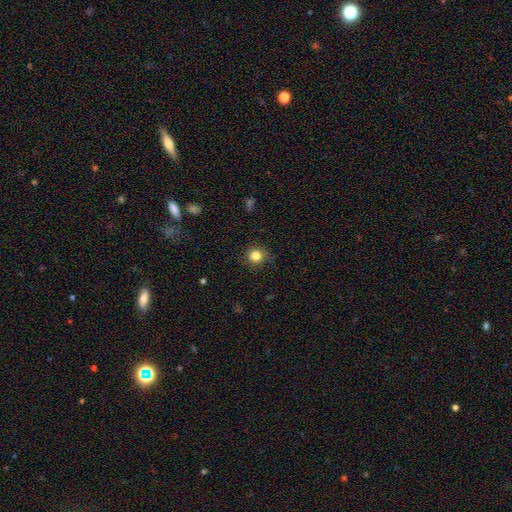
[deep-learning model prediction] smooth_or_featured: smooth (p=0.82) [alt: star or artifact p=0.12]
how_rounded: round (p=0.92) [alt: in between p=0.07]
merging: none (p=0.87) [alt: minor disturbance p=0.10]